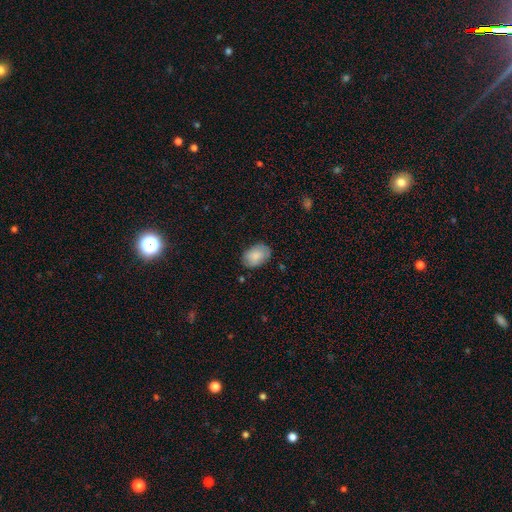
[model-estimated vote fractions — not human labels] smooth-or-featured: smooth: 83% | featured or disk: 11% | star or artifact: 6%
  how-rounded: in between: 87% | round: 12% | cigar-shaped: 1%
  merging: none: 78% | minor disturbance: 17% | major disturbance: 3% | merger: 1%